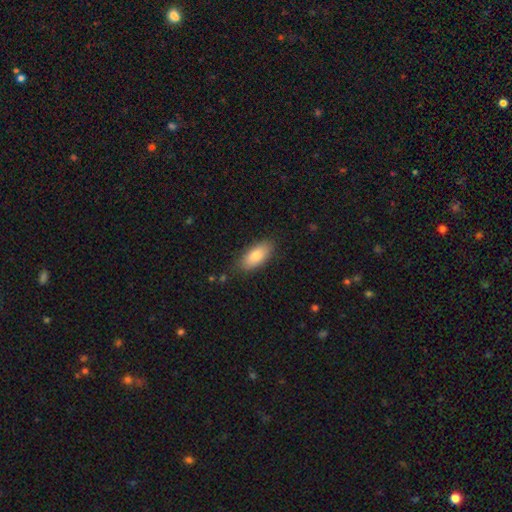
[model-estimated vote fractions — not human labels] smooth 81%, featured or disk 13%, star or artifact 6%. Down the decision tree: how rounded — in between (87%); merging — none (83%).